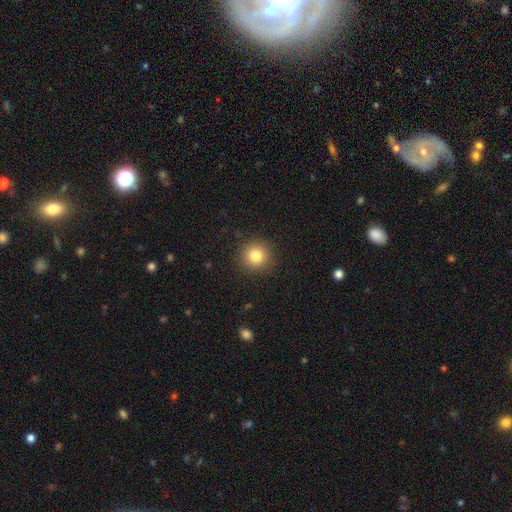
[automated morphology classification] Overall: smooth (81%). How rounded: round (93%). Merging: none (91%).